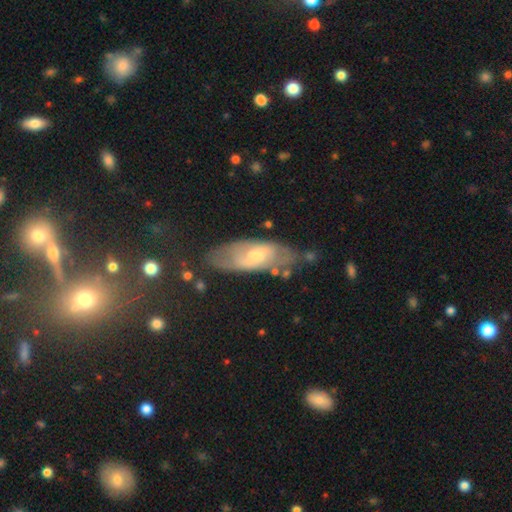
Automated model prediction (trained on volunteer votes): Smooth or featured?
  - featured or disk: 58% *
  - smooth: 35%
  - star or artifact: 7%
Edge-on disk?
  - no: 81% *
  - yes: 19%
Merging?
  - none: 63% *
  - minor disturbance: 23%
  - major disturbance: 9%
  - merger: 4%